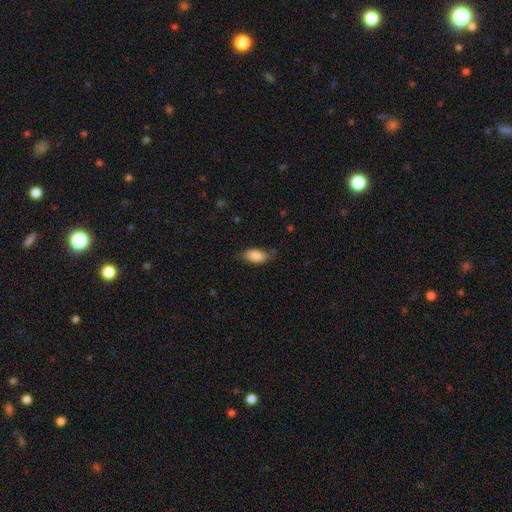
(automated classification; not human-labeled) Smooth or featured? Predicted: smooth (p=0.85). How rounded? Predicted: in between (p=0.90). Merging? Predicted: none (p=0.72).